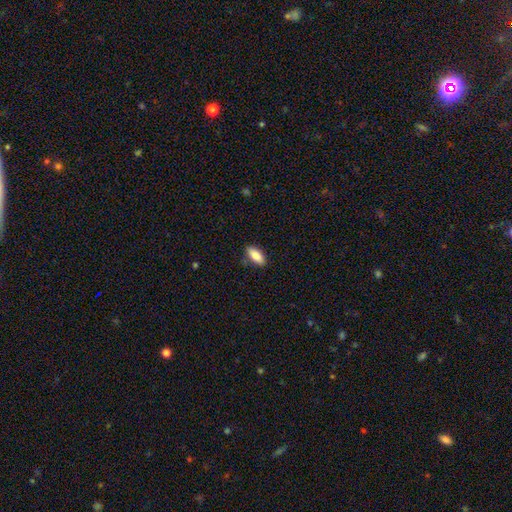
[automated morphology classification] A smooth galaxy with no disk features (85%) that is in between round and cigar-shaped (80%). Merging: none (81%).